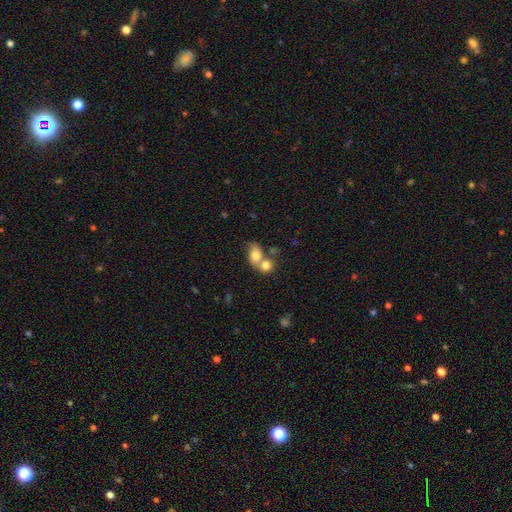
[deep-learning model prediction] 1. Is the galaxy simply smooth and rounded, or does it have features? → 74% smooth, 17% featured or disk, 9% star or artifact.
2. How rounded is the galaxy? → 58% in between, 41% round, 2% cigar-shaped.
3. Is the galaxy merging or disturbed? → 61% merger, 25% none, 9% minor disturbance, 5% major disturbance.